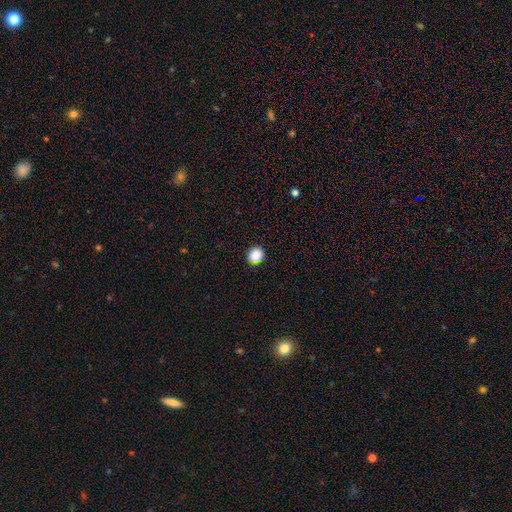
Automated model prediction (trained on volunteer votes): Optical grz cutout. It shows a smooth galaxy with no disk features (87%) that is round (80%). Merging: none (89%).